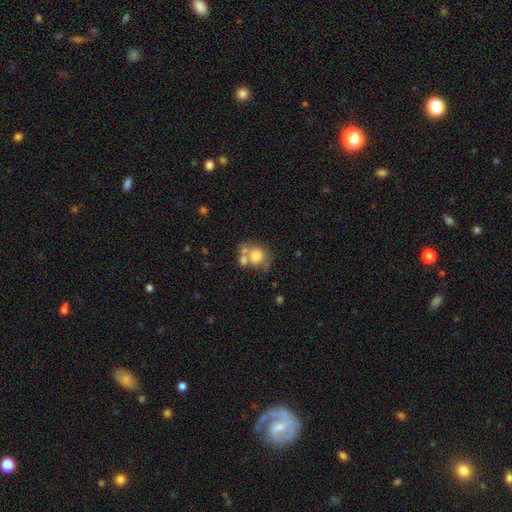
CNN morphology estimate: Smooth or featured: smooth — 66% (featured or disk — 24%)
How rounded: round — 61% (in between — 38%)
Merging: merger — 40% (none — 33%)